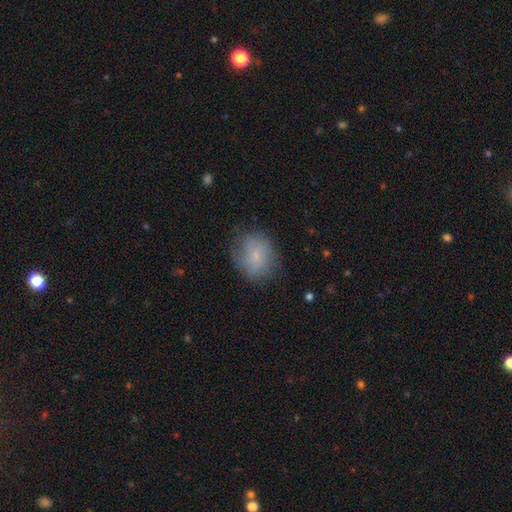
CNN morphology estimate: A smooth galaxy with no disk features (67%) that is round (63%). Merging: none (72%).